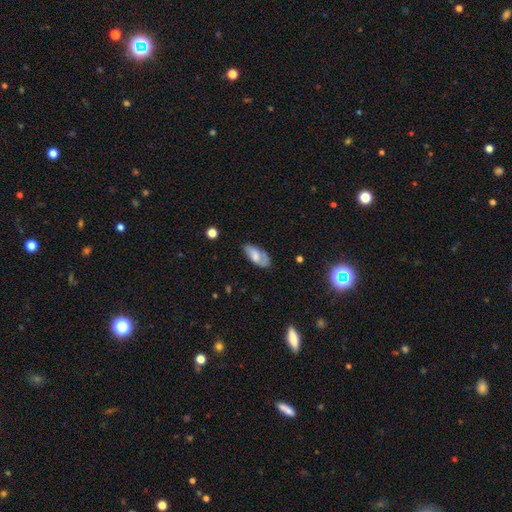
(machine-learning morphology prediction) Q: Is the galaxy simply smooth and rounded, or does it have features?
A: smooth — 61%.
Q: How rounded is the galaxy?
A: in between — 89%.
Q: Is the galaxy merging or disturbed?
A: none — 59%.